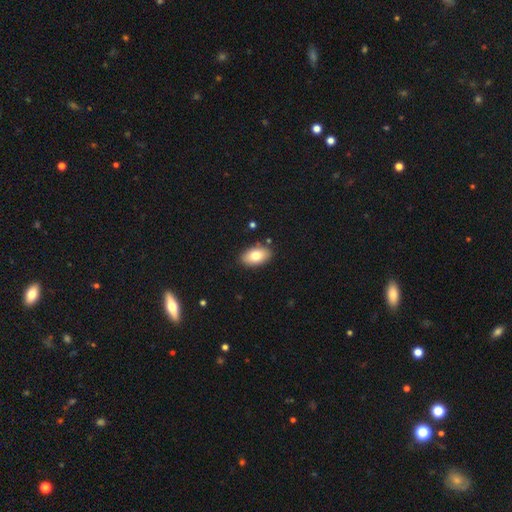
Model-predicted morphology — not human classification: This is likely a smooth galaxy (77%). How rounded: clearly in between (92%). Merging: clearly none (87%).